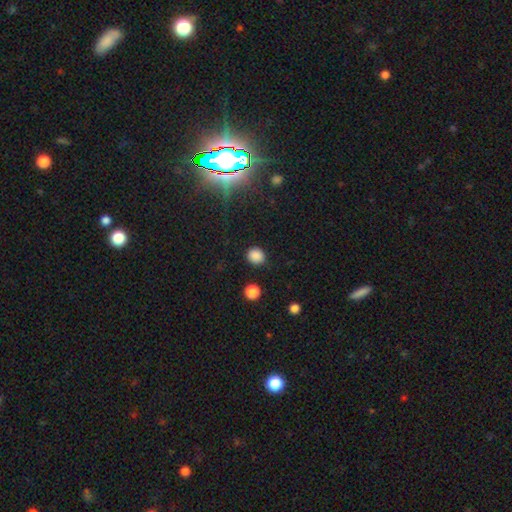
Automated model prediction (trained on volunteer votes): Smooth or featured?
  - smooth: 84% *
  - star or artifact: 12%
  - featured or disk: 3%
How rounded?
  - round: 79% *
  - in between: 19%
  - cigar-shaped: 1%
Merging?
  - none: 88% *
  - minor disturbance: 8%
  - major disturbance: 3%
  - merger: 2%